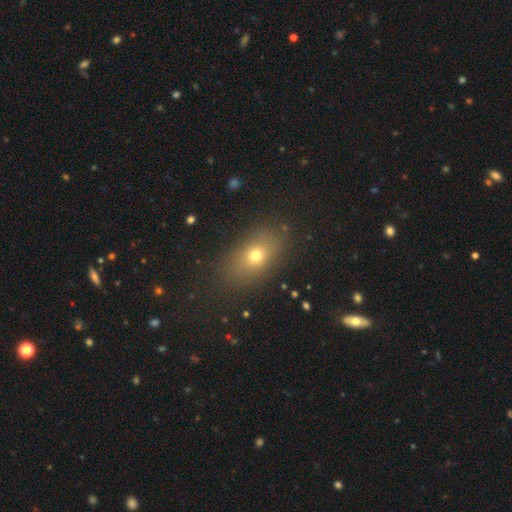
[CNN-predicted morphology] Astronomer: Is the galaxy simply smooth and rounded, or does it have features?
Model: smooth — 69%.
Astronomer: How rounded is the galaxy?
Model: in between — 75%.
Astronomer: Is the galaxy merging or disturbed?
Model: none — 83%.